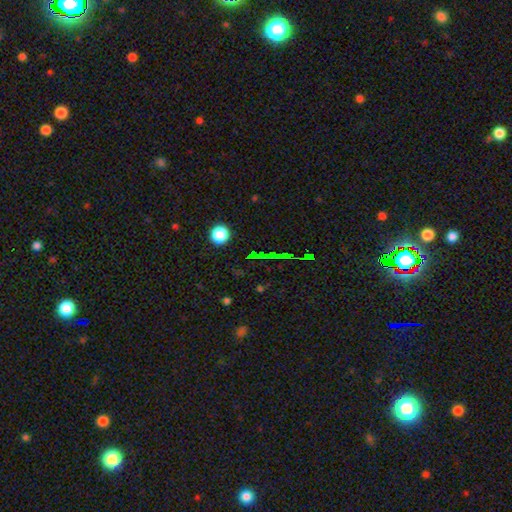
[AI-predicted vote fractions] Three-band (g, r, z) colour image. It shows a star or artifact, not a galaxy (63%).